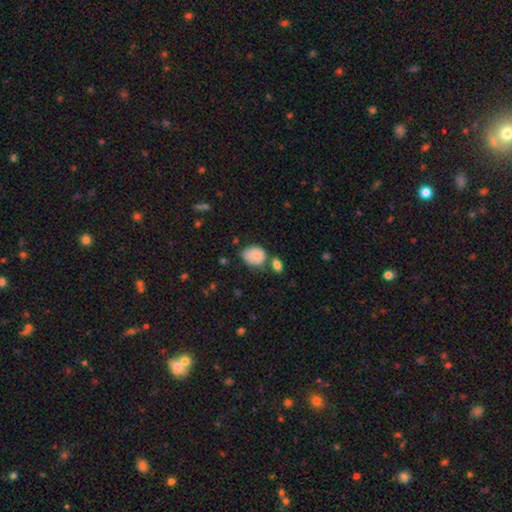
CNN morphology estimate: smooth_or_featured: smooth (p=0.72) [alt: featured or disk p=0.20]
how_rounded: round (p=0.51) [alt: in between p=0.48]
merging: none (p=0.39) [alt: minor disturbance p=0.31]